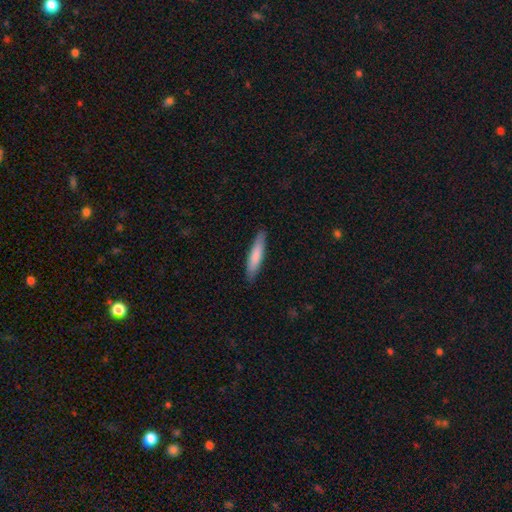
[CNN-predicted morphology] Smooth or featured? Predicted: smooth (p=0.80). How rounded? Predicted: cigar-shaped (p=0.86). Merging? Predicted: none (p=0.89).